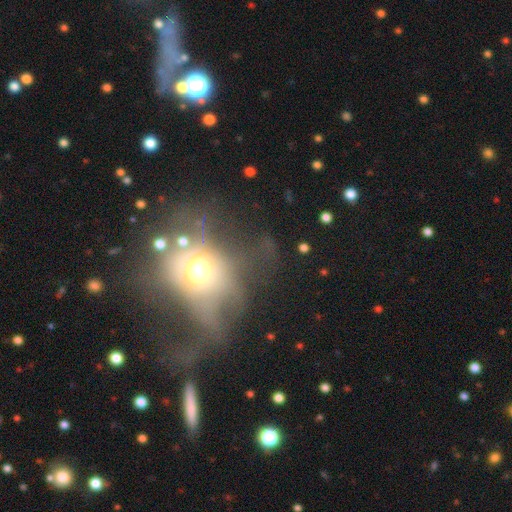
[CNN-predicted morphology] Overall: featured or disk (38%; smooth 37%). Merging: major disturbance (46%; none 28%).